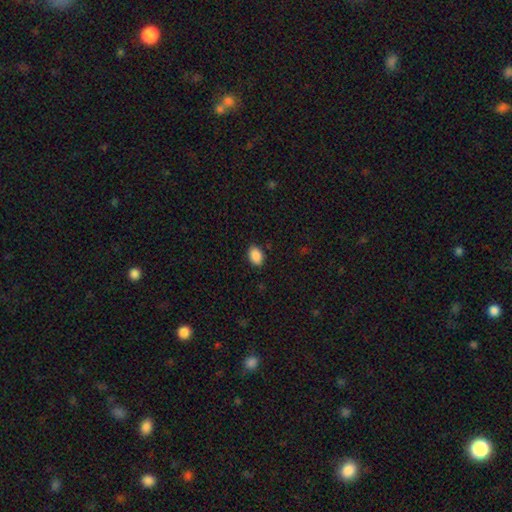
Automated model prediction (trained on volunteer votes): This is clearly a smooth galaxy (90%). How rounded: clearly in between (86%). Merging: clearly none (88%).